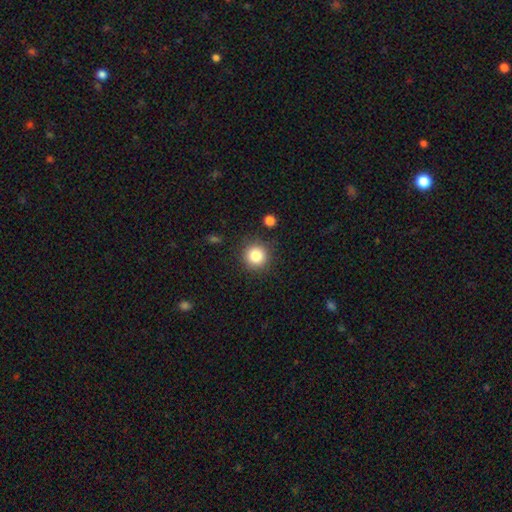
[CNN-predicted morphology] A smooth galaxy with no disk features (84%) that is round (94%). Merging: none (87%).